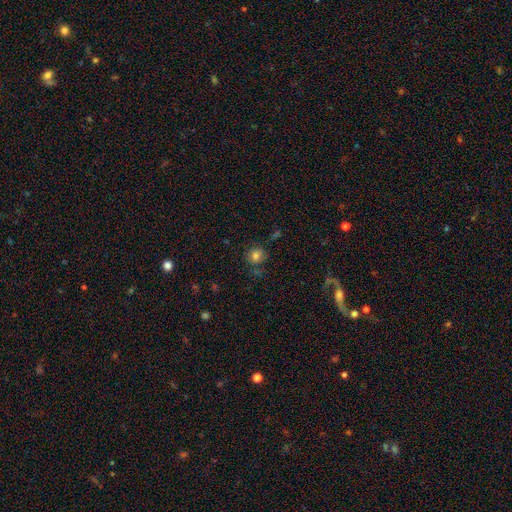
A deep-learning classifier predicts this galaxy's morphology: Smooth or featured?
  - smooth: 77% *
  - star or artifact: 15%
  - featured or disk: 8%
How rounded?
  - round: 81% *
  - in between: 18%
  - cigar-shaped: 1%
Merging?
  - none: 75% *
  - minor disturbance: 16%
  - major disturbance: 5%
  - merger: 4%